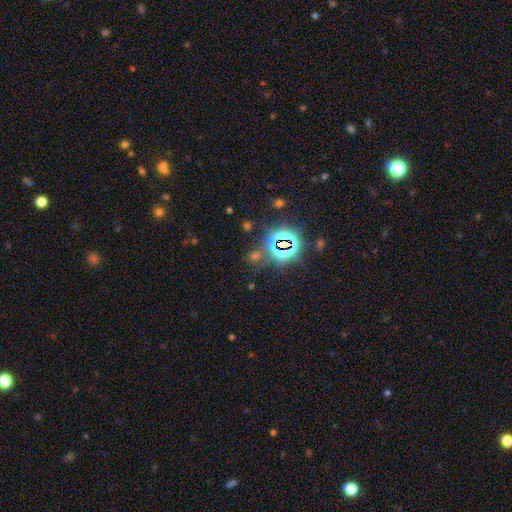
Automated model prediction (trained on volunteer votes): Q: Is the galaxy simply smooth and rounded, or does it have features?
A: star or artifact — 70%.